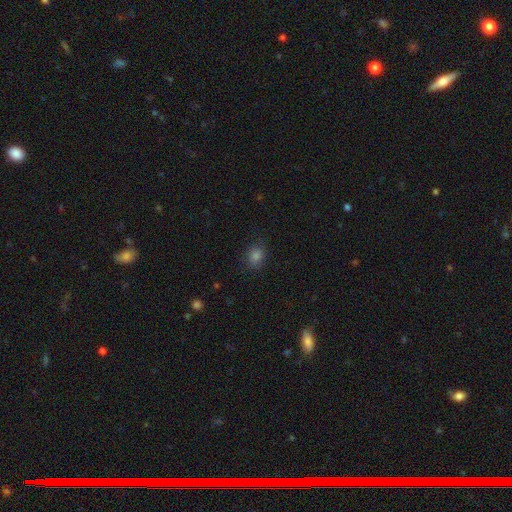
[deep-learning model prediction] Smooth or featured? smooth (75%)
How rounded? round (54%)
Merging? none (84%)